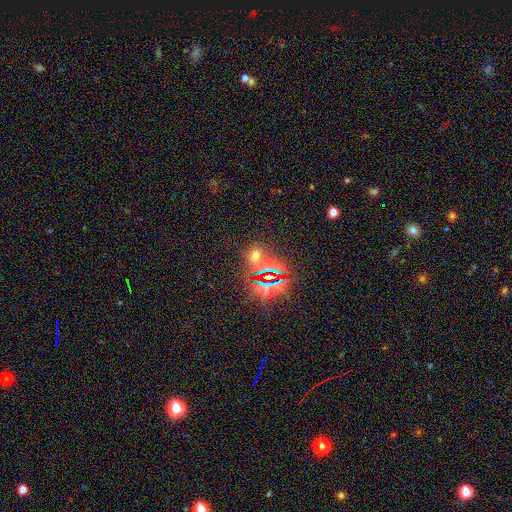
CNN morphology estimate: This appears to be a star or artifact, not a galaxy (56%).